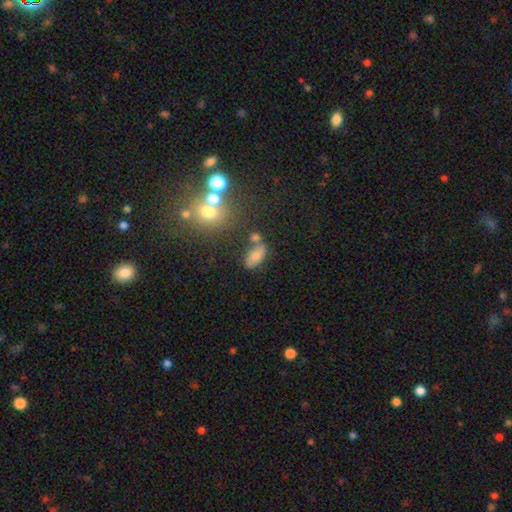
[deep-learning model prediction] A smooth galaxy with no disk features (61%) that is in between round and cigar-shaped (79%).

Vote fractions:
- Smooth or featured? smooth: 61% / featured or disk: 24% / star or artifact: 15%
- How rounded? in between: 79% / round: 12% / cigar-shaped: 10%
- Merging? none: 60% / merger: 17% / minor disturbance: 17% / major disturbance: 7%